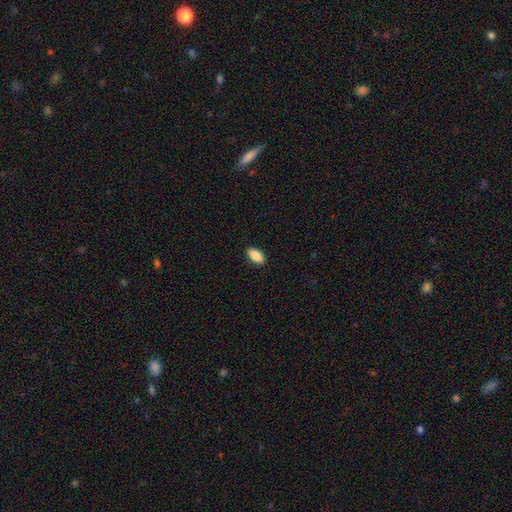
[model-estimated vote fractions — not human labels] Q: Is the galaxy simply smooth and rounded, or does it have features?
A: smooth — 89%.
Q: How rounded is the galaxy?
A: in between — 91%.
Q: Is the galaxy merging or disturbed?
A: none — 90%.